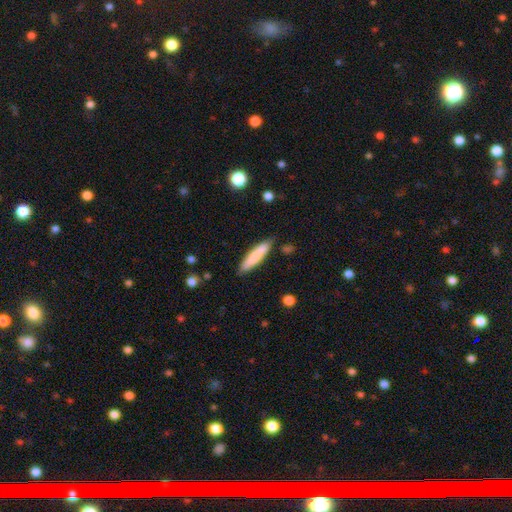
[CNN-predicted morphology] Smooth or featured?
  - smooth: 80% *
  - featured or disk: 15%
  - star or artifact: 6%
How rounded?
  - cigar-shaped: 82% *
  - in between: 17%
  - round: 1%
Merging?
  - none: 84% *
  - minor disturbance: 11%
  - merger: 2%
  - major disturbance: 2%